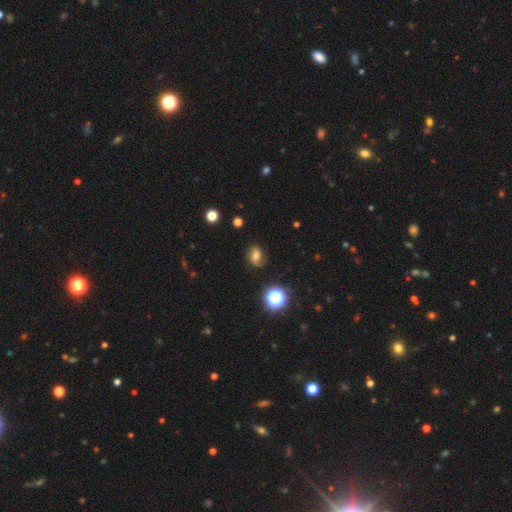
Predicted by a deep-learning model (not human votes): Smooth or featured: smooth — 54% (featured or disk — 28%)
How rounded: in between — 63% (round — 35%)
Merging: none — 73% (minor disturbance — 18%)